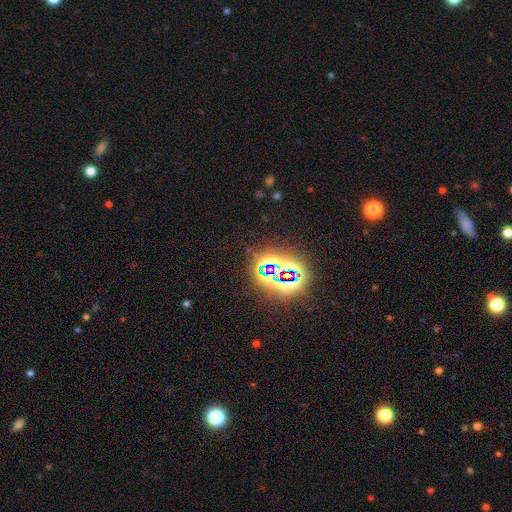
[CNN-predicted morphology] Overall: star or artifact (71%).